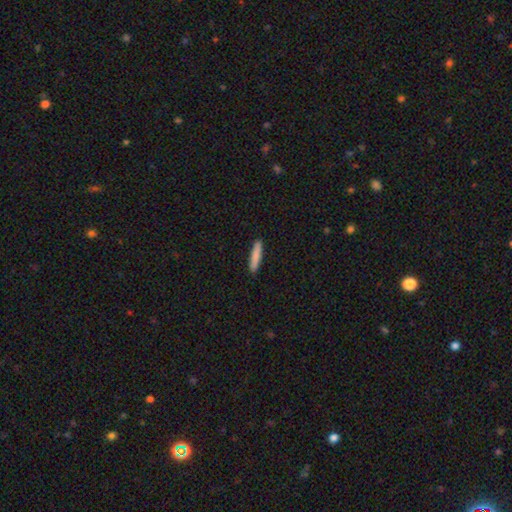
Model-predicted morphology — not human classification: smooth-or-featured: smooth: 84% | featured or disk: 10% | star or artifact: 6%
  how-rounded: cigar-shaped: 91% | in between: 8% | round: 1%
  merging: none: 91% | minor disturbance: 7% | major disturbance: 1% | merger: 1%